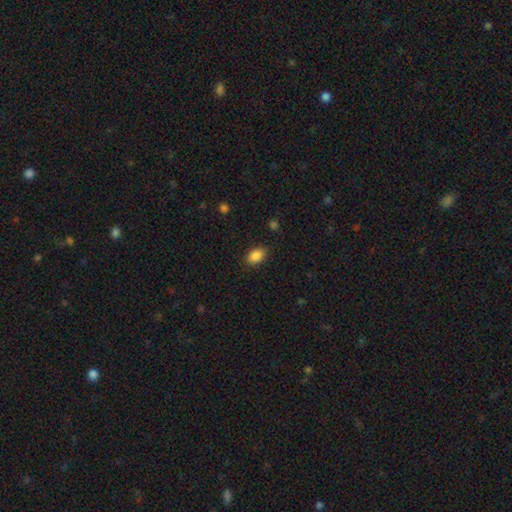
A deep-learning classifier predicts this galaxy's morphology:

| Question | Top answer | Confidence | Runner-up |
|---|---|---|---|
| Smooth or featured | smooth | 88% | star or artifact (8%) |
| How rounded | in between | 85% | round (13%) |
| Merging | none | 85% | minor disturbance (11%) |